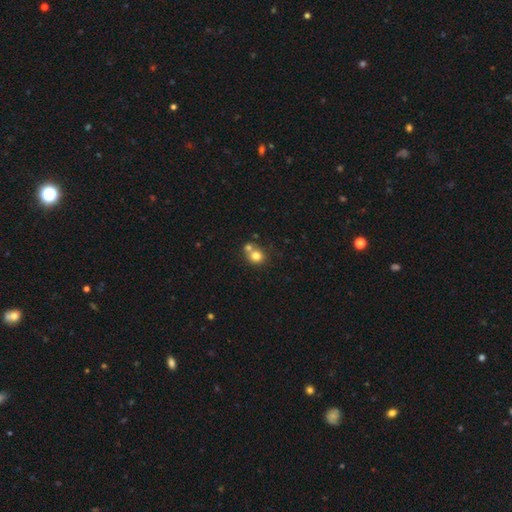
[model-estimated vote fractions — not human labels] Q: Smooth or featured?
A: smooth (77%); runner-up: featured or disk (12%)
Q: How rounded?
A: round (80%); runner-up: in between (19%)
Q: Merging?
A: none (46%); runner-up: merger (43%)